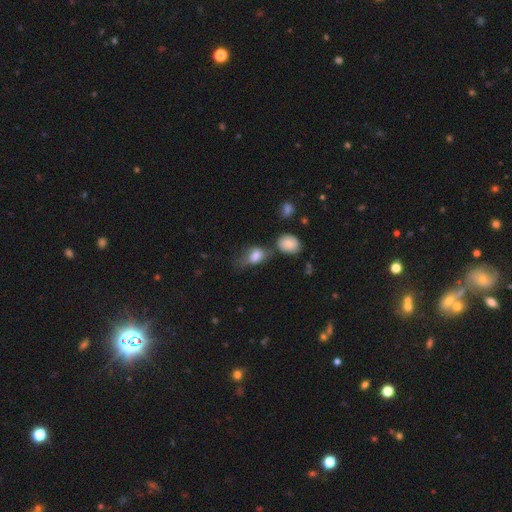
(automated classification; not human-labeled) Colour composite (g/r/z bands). It shows a smooth galaxy with no disk features (74%) that is in between round and cigar-shaped (83%). Merging: none (31%).